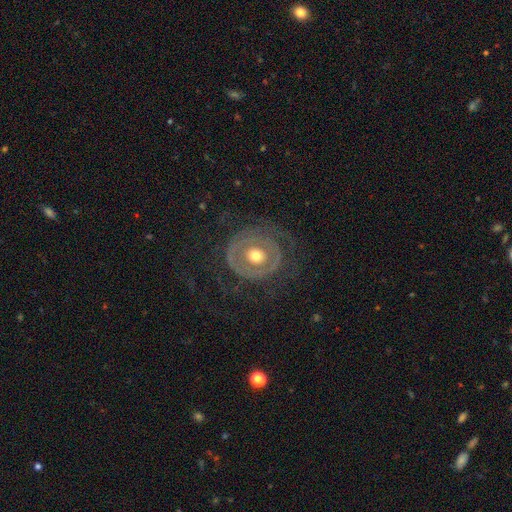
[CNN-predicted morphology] A featured or disk galaxy (69%) with no bar (88%), no spiral arms (54%) and a moderate central bulge (68%).

Vote fractions:
- Smooth or featured? featured or disk: 69% / smooth: 23% / star or artifact: 8%
- Edge-on disk? no: 96% / yes: 4%
- Bar? no: 88% / weak: 9% / strong: 3%
- Spiral arms? no: 54% / yes: 46%
- Bulge size? moderate: 68% / small: 20% / large: 9% / dominant: 2% / none: 1%
- Merging? none: 64% / major disturbance: 18% / minor disturbance: 16% / merger: 2%